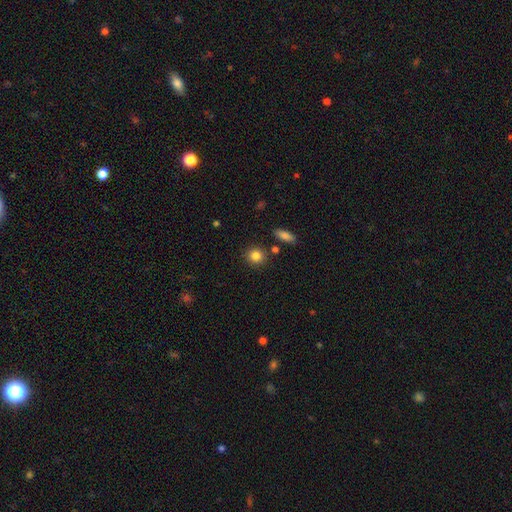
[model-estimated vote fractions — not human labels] Smooth or featured? Predicted: smooth (p=0.85). How rounded? Predicted: round (p=0.85). Merging? Predicted: none (p=0.86).